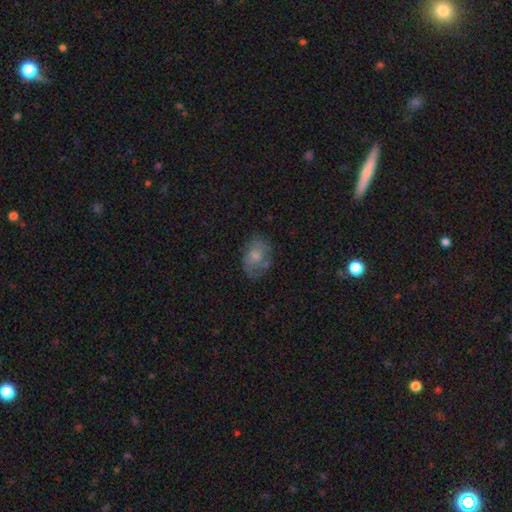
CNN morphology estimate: Smooth or featured?
  - smooth: 58% *
  - featured or disk: 33%
  - star or artifact: 9%
How rounded?
  - in between: 79% *
  - round: 19%
  - cigar-shaped: 1%
Merging?
  - none: 53% *
  - minor disturbance: 27%
  - major disturbance: 14%
  - merger: 5%